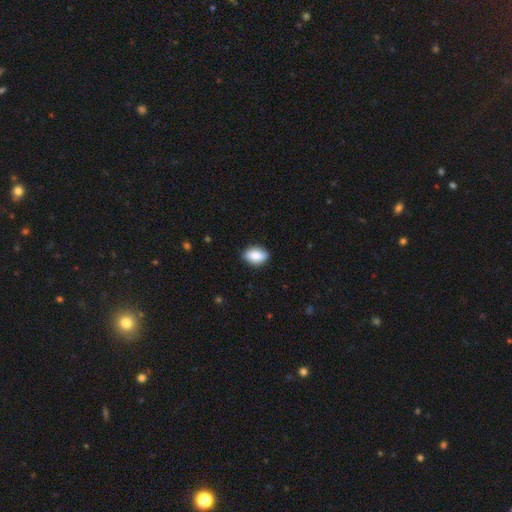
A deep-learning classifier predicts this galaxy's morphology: This appears to be a smooth galaxy with no disk features (86%) that is in between round and cigar-shaped (86%). Merging: none (85%).